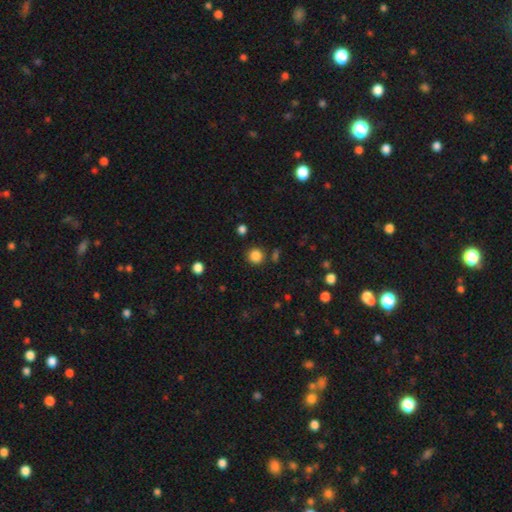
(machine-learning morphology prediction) A smooth galaxy with no disk features (85%) that is round (92%).

Vote fractions:
- Smooth or featured? smooth: 85% / star or artifact: 11% / featured or disk: 3%
- How rounded? round: 92% / in between: 7% / cigar-shaped: 1%
- Merging? none: 88% / minor disturbance: 7% / merger: 3% / major disturbance: 2%